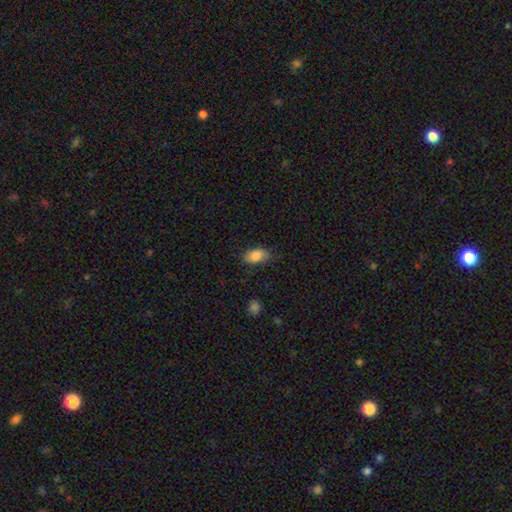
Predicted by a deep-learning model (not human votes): Morphology: type=smooth (87%); roundness=in between (91%); merging=none (74%).